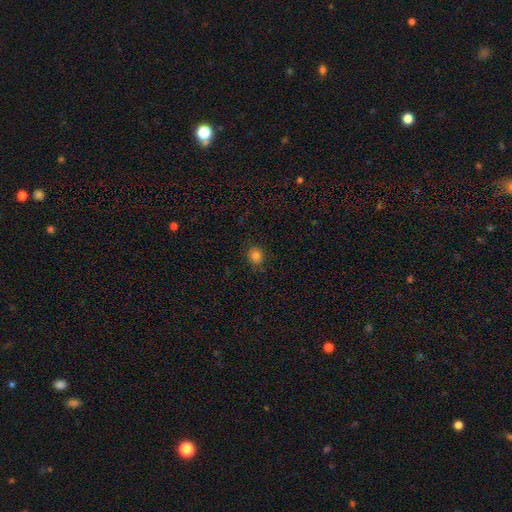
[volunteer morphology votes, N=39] Smooth or featured? smooth (85%)
How rounded? round (73%)
Merging? none (83%)